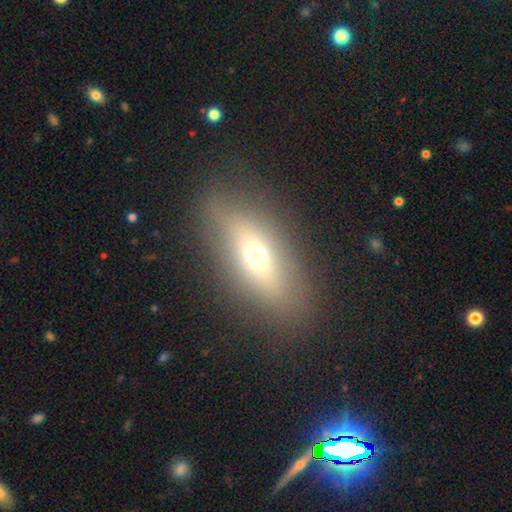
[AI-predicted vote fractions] smooth-or-featured: smooth: 50% | featured or disk: 39% | star or artifact: 11%
  merging: none: 81% | minor disturbance: 12% | major disturbance: 5% | merger: 2%